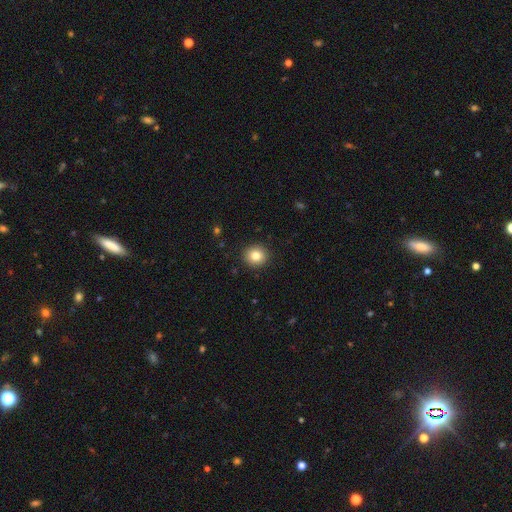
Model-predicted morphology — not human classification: This is clearly a smooth galaxy (83%). How rounded: clearly round (90%). Merging: clearly none (92%).